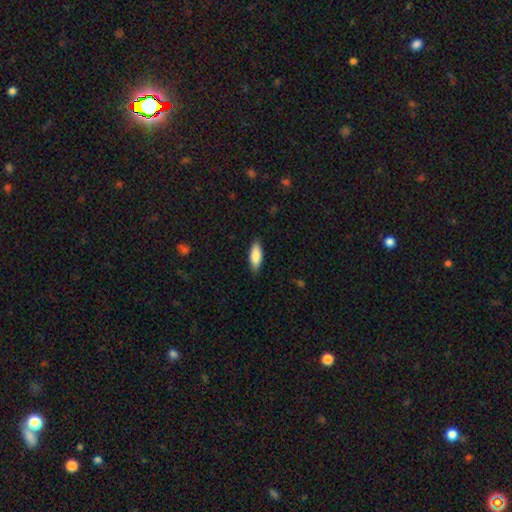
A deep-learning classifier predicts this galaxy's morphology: A smooth galaxy with no disk features (86%) that is in between round and cigar-shaped (72%). Merging: none (87%).